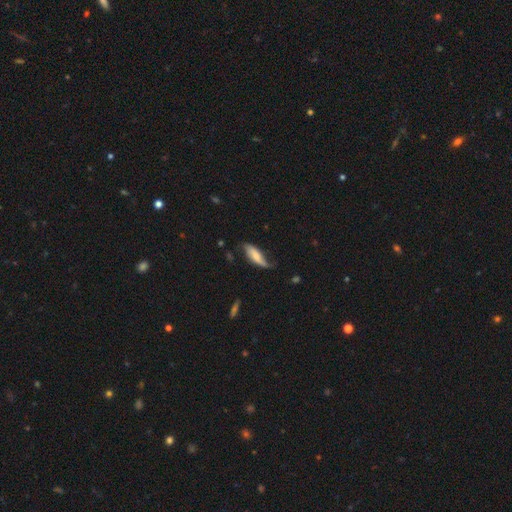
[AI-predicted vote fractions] The model was most divided on "smooth or featured": smooth: 50%, featured or disk: 43%, star or artifact: 7%. Remaining: how rounded — in between (60%); merging — none (47%).